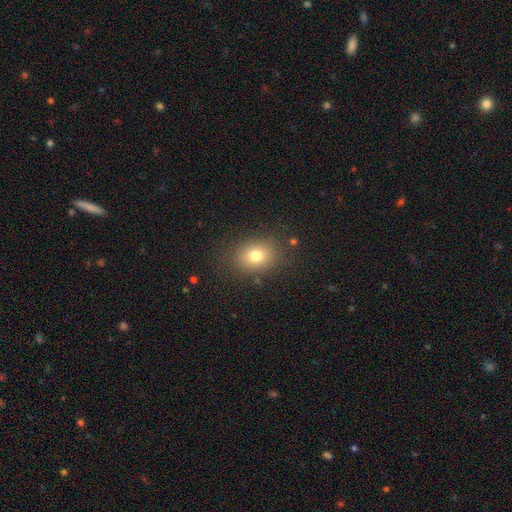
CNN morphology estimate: A smooth galaxy with no disk features (76%) that is round (50%).

Vote fractions:
- Smooth or featured? smooth: 76% / star or artifact: 13% / featured or disk: 11%
- How rounded? round: 50% / in between: 49% / cigar-shaped: 1%
- Merging? none: 83% / minor disturbance: 11% / major disturbance: 5% / merger: 2%